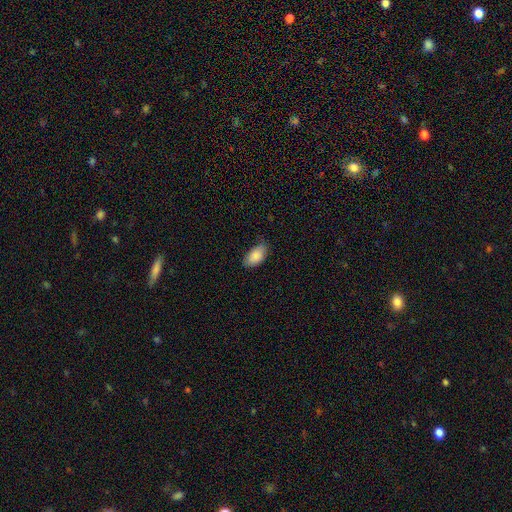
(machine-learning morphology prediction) A smooth galaxy with no disk features (85%) that is in between round and cigar-shaped (94%). Merging: none (70%).